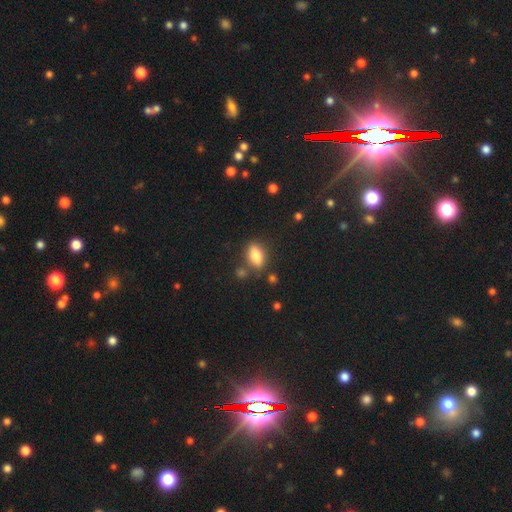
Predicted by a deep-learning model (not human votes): Morphology: type=smooth (83%); roundness=in between (86%); merging=none (74%).